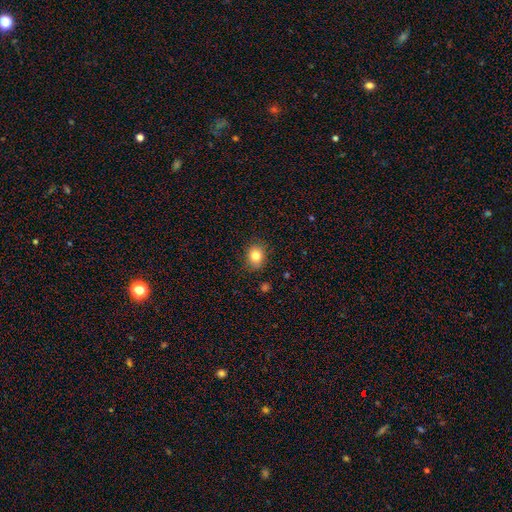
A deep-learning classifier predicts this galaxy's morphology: A smooth galaxy with no disk features (82%) that is round (58%). Merging: none (86%).